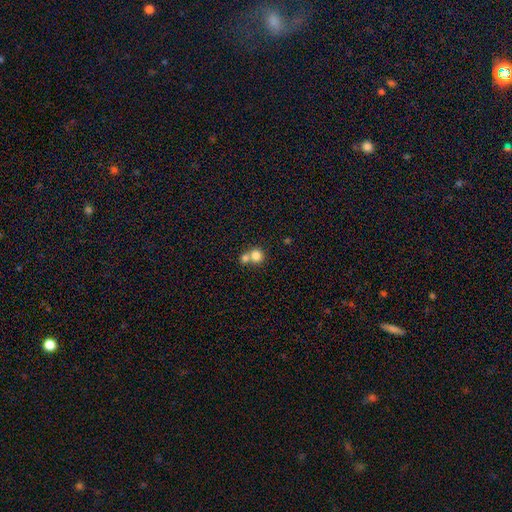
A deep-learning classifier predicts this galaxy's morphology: Smooth or featured?
  - smooth: 80% *
  - star or artifact: 10%
  - featured or disk: 10%
How rounded?
  - round: 87% *
  - in between: 12%
  - cigar-shaped: 1%
Merging?
  - merger: 54% *
  - none: 38%
  - minor disturbance: 5%
  - major disturbance: 2%